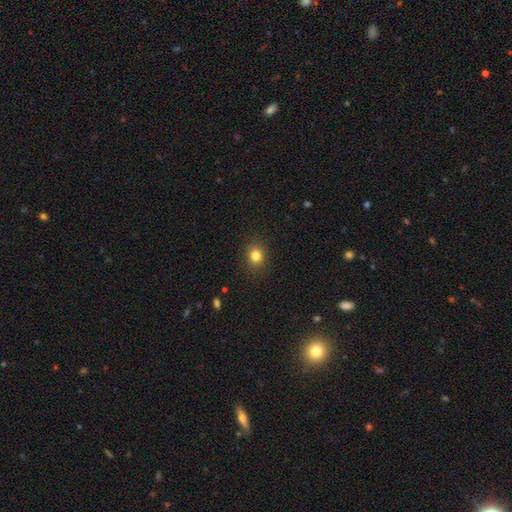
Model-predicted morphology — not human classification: Overall: smooth (82%). How rounded: round (69%; in between 30%). Merging: none (89%).